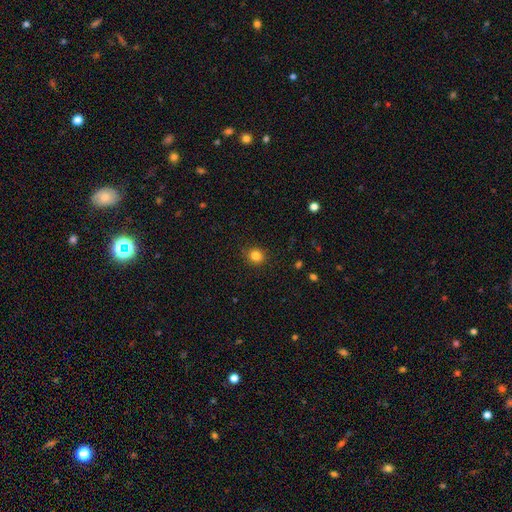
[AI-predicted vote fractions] Smooth or featured: smooth — 83% (star or artifact — 12%)
How rounded: round — 86% (in between — 13%)
Merging: none — 90% (minor disturbance — 7%)